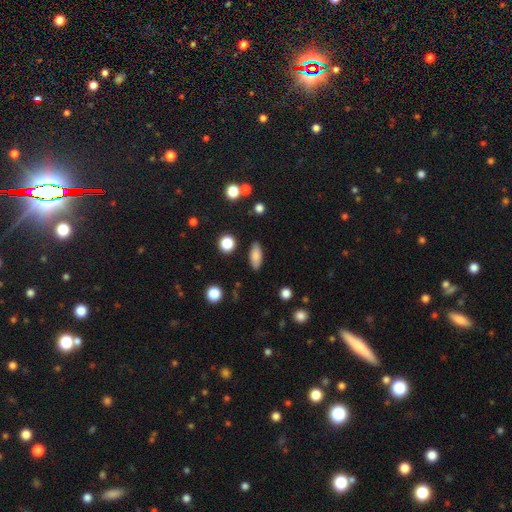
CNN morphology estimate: Smooth or featured? smooth (84%)
How rounded? in between (79%)
Merging? none (87%)